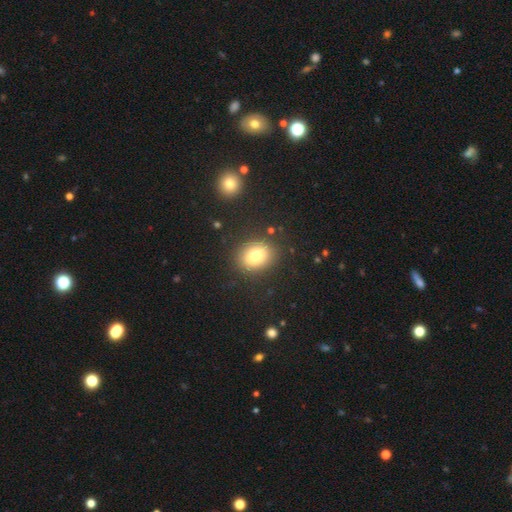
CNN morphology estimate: Smooth or featured? Predicted: smooth (p=0.79). How rounded? Predicted: in between (p=0.59). Merging? Predicted: none (p=0.85).